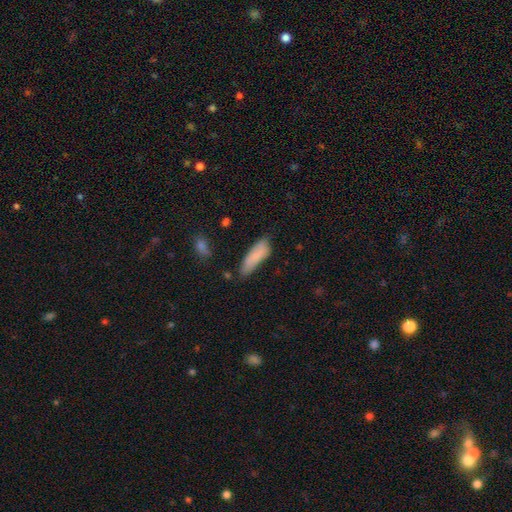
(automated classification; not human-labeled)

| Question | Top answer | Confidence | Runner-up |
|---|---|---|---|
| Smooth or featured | smooth | 83% | featured or disk (11%) |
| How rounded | in between | 52% | cigar-shaped (46%) |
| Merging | none | 64% | minor disturbance (26%) |